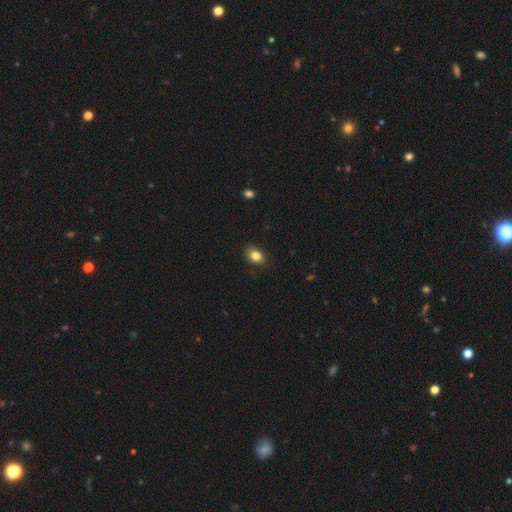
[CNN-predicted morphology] A smooth galaxy with no disk features (84%) that is in between round and cigar-shaped (70%).

Vote fractions:
- Smooth or featured? smooth: 84% / star or artifact: 10% / featured or disk: 6%
- How rounded? in between: 70% / round: 29% / cigar-shaped: 1%
- Merging? none: 86% / minor disturbance: 10% / major disturbance: 2% / merger: 1%